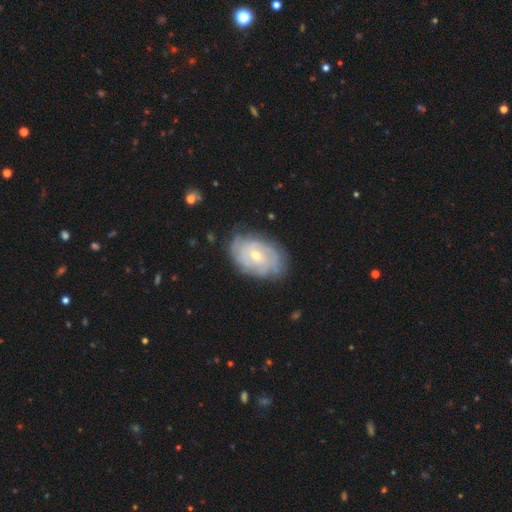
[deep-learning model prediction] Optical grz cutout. It shows a featured or disk galaxy (75%) with no bar (65%), tight (72%) spiral arms (86%) and a small central bulge (58%). Merging: none (74%).